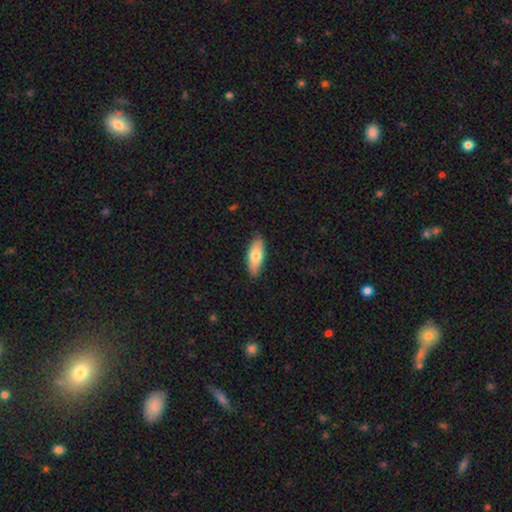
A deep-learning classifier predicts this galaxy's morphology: Overall: smooth (74%). How rounded: in between (76%). Merging: none (86%).